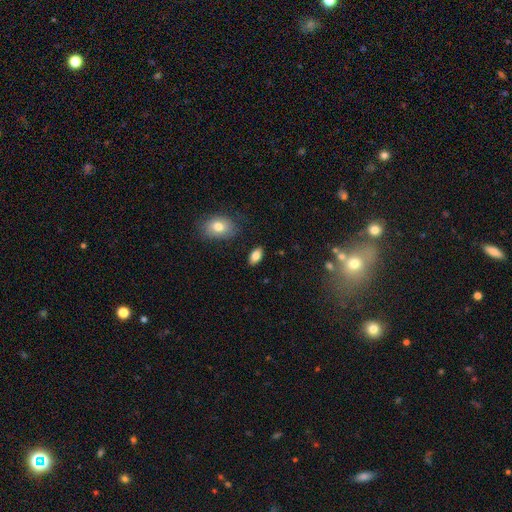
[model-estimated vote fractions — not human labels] A smooth galaxy with no disk features (83%) that is in between round and cigar-shaped (92%).

Vote fractions:
- Smooth or featured? smooth: 83% / featured or disk: 9% / star or artifact: 8%
- How rounded? in between: 92% / round: 4% / cigar-shaped: 3%
- Merging? none: 87% / minor disturbance: 9% / major disturbance: 2% / merger: 2%